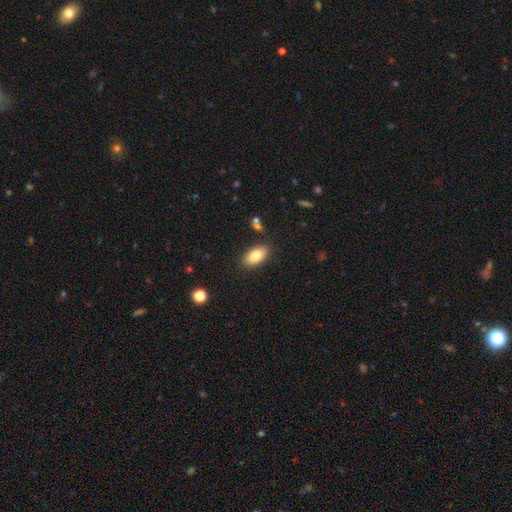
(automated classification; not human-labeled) This appears to be a smooth galaxy with no disk features (81%) that is in between round and cigar-shaped (92%). Merging: none (85%).